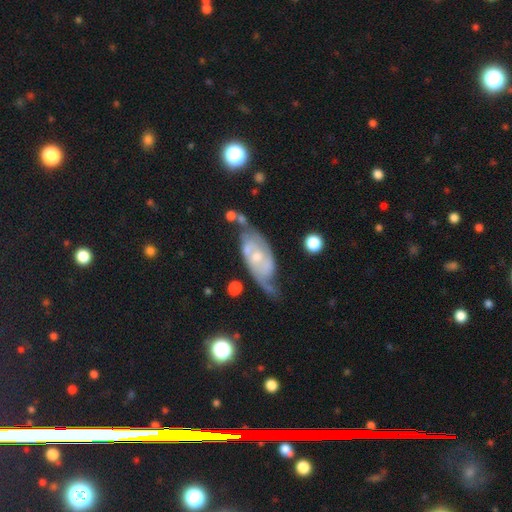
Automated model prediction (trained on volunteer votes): The model was most divided on "bulge size": small: 48%, moderate: 44%, none: 4%, large: 3%, dominant: 1%. Remaining: edge-on disk — no (93%); spiral arms — yes (93%); smooth or featured — featured or disk (82%); spiral arm count — 2 (76%); bar — no (59%); merging — none (53%); spiral winding — medium (43%).